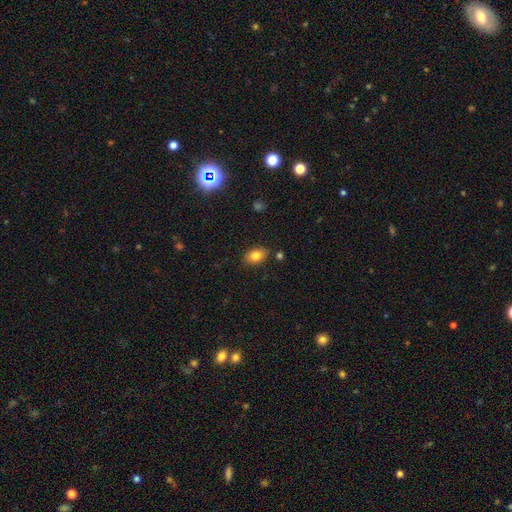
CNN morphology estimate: Overall: smooth (81%). How rounded: in between (82%). Merging: none (82%).